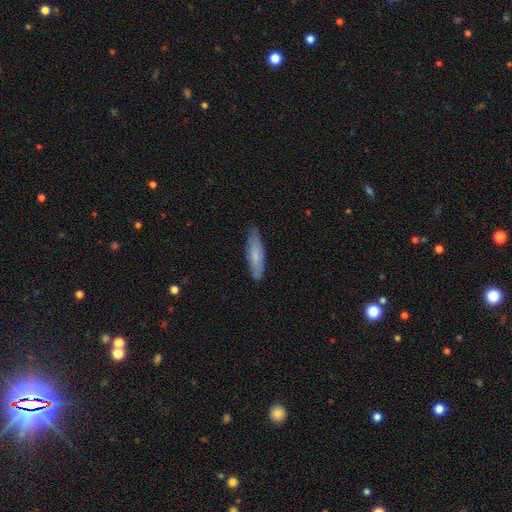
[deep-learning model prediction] Smooth or featured? Predicted: smooth (p=0.68). How rounded? Predicted: cigar-shaped (p=0.61). Merging? Predicted: none (p=0.79).